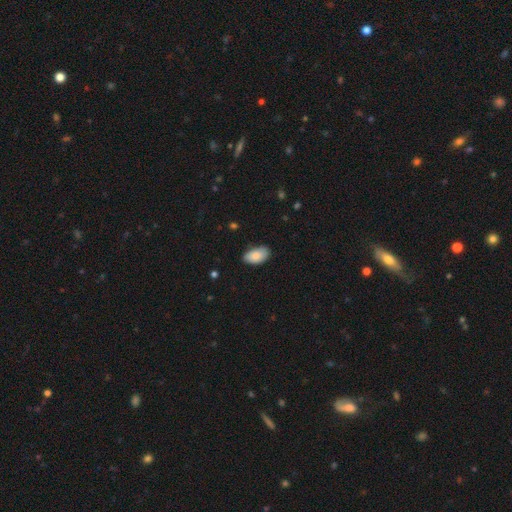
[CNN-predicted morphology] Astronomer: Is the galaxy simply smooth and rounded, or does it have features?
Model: smooth — 84%.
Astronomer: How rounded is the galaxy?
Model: in between — 95%.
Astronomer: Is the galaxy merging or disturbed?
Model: none — 75%.